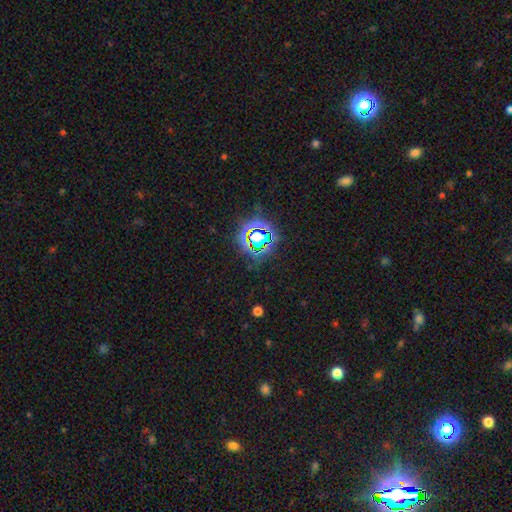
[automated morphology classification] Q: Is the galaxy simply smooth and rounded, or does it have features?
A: star or artifact — 77%.